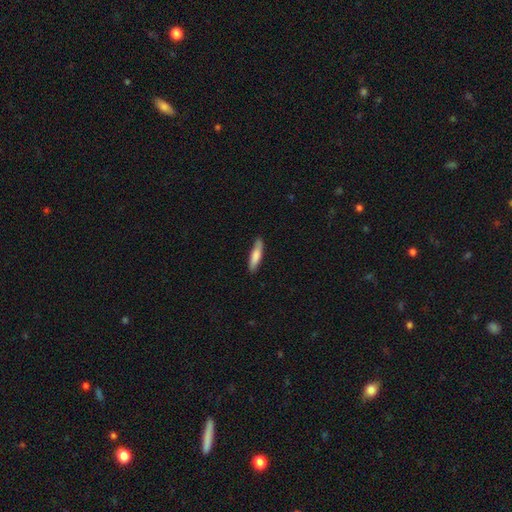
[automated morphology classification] smooth-or-featured: smooth: 77% | featured or disk: 18% | star or artifact: 5%
  how-rounded: cigar-shaped: 78% | in between: 20% | round: 1%
  merging: none: 83% | minor disturbance: 13% | major disturbance: 2% | merger: 1%